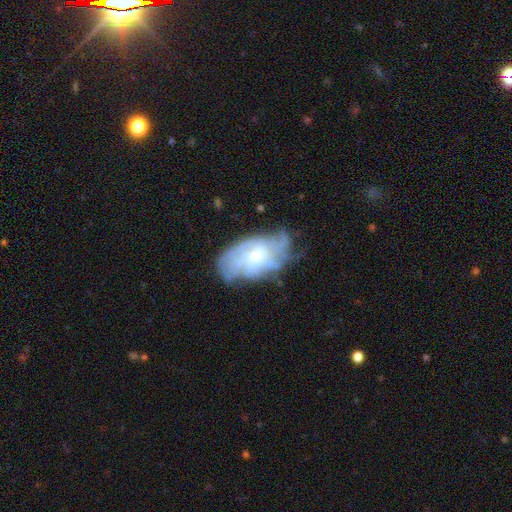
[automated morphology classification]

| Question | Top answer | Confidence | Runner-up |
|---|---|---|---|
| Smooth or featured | featured or disk | 74% | smooth (18%) |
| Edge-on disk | no | 94% | yes (6%) |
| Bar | no | 64% | weak (31%) |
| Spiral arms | yes | 82% | no (18%) |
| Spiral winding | tight | 55% | medium (32%) |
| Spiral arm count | can't tell | 56% | 4 (14%) |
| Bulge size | small | 63% | moderate (31%) |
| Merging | none | 60% | minor disturbance (26%) |